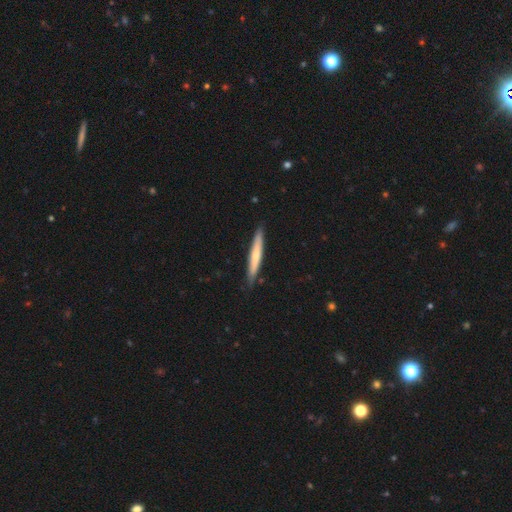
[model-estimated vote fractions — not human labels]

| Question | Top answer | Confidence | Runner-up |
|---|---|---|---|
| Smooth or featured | smooth | 59% | featured or disk (36%) |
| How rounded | cigar-shaped | 95% | in between (4%) |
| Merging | none | 87% | minor disturbance (11%) |